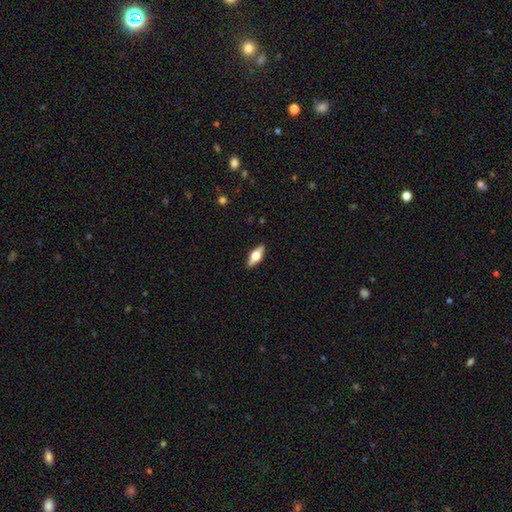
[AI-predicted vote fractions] A featured or disk galaxy (52%) viewed edge-on (92%). Merging: none (90%).